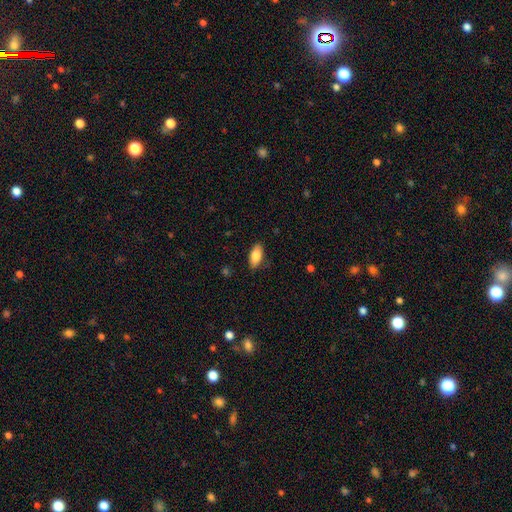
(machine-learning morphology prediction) Smooth or featured?
  - smooth: 83% *
  - featured or disk: 10%
  - star or artifact: 7%
How rounded?
  - in between: 90% *
  - cigar-shaped: 7%
  - round: 3%
Merging?
  - none: 84% *
  - minor disturbance: 12%
  - major disturbance: 3%
  - merger: 1%